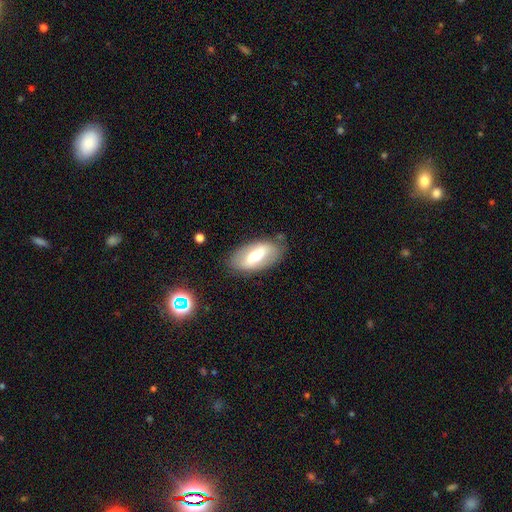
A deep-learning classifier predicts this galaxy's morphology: A featured or disk galaxy (51%).

Vote fractions:
- Smooth or featured? featured or disk: 51% / smooth: 42% / star or artifact: 7%
- Edge-on disk? no: 80% / yes: 20%
- Merging? none: 80% / minor disturbance: 13% / major disturbance: 5% / merger: 2%